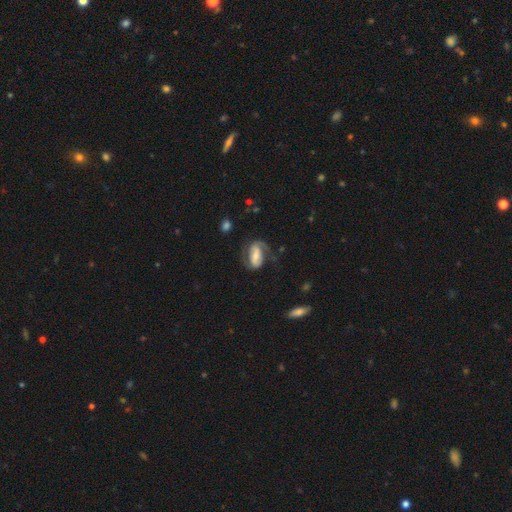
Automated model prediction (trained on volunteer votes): smooth_or_featured: featured or disk (p=0.72) [alt: smooth p=0.22]
disk_edge_on: no (p=0.95) [alt: yes p=0.05]
bar: strong (p=0.50) [alt: weak p=0.30]
has_spiral_arms: yes (p=0.85) [alt: no p=0.15]
spiral_winding: medium (p=0.45) [alt: loose p=0.29]
spiral_arm_count: 2 (p=0.78) [alt: 1 p=0.11]
bulge_size: moderate (p=0.42) [alt: small p=0.40]
merging: none (p=0.56) [alt: major disturbance p=0.23]